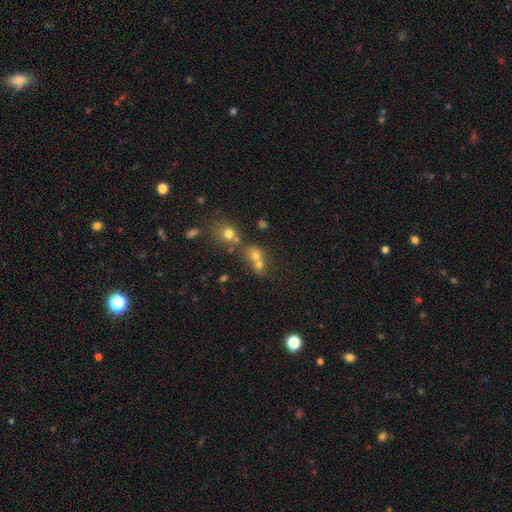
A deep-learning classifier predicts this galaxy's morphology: smooth 68%, star or artifact 18%, featured or disk 14%. Down the decision tree: how rounded — round (72%); merging — merger (55%).